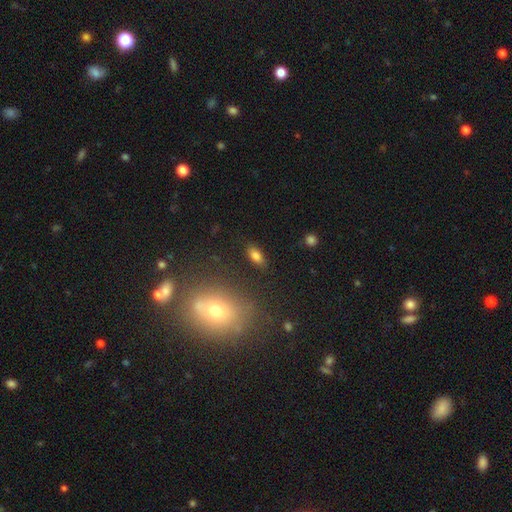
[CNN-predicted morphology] Smooth or featured? Predicted: smooth (p=0.81). How rounded? Predicted: in between (p=0.88). Merging? Predicted: none (p=0.85).